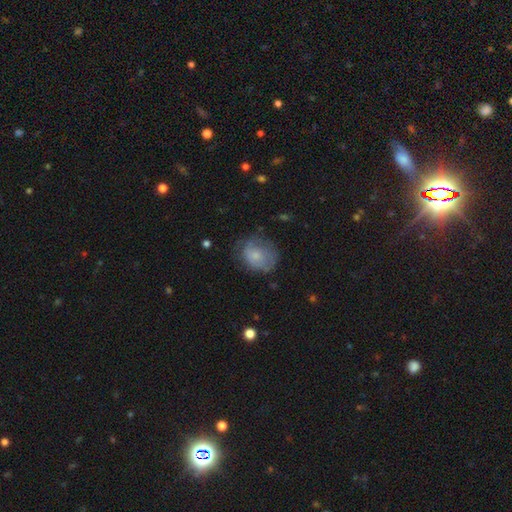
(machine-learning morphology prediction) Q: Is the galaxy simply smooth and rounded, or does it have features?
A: smooth — 59%.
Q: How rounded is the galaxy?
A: round — 62%.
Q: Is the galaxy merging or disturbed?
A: none — 55%.